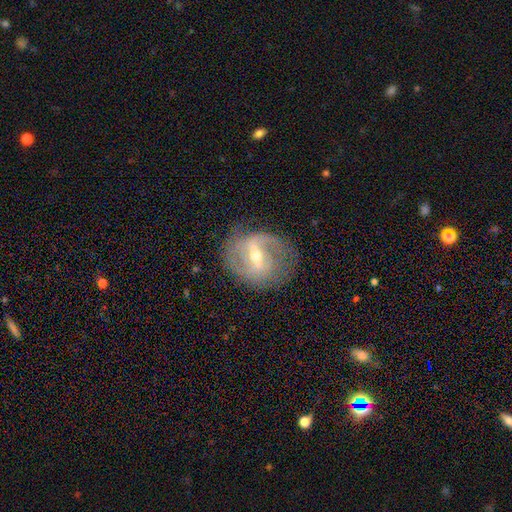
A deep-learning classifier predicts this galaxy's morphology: A featured or disk galaxy (86%) with a strong bar (55%), 2 (71%) medium (44%) spiral arms (90%) and a moderate central bulge (53%). Merging: none (71%).